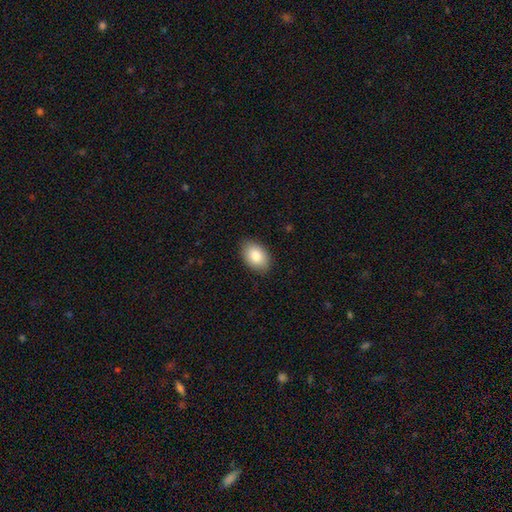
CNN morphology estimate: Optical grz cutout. It shows a smooth galaxy with no disk features (86%) that is in between round and cigar-shaped (89%). Merging: none (87%).